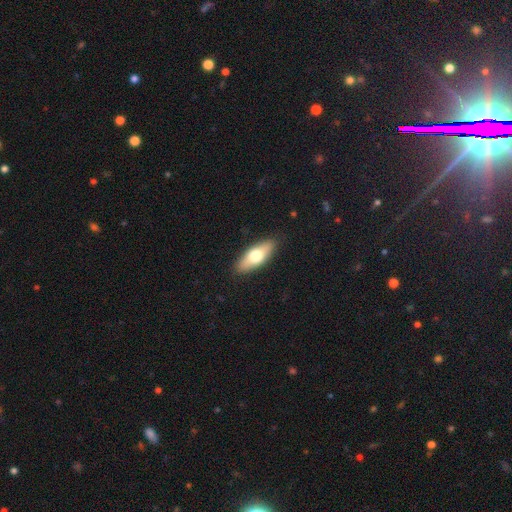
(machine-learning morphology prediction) Smooth or featured? Predicted: smooth (p=0.62). How rounded? Predicted: in between (p=0.68). Merging? Predicted: none (p=0.88).